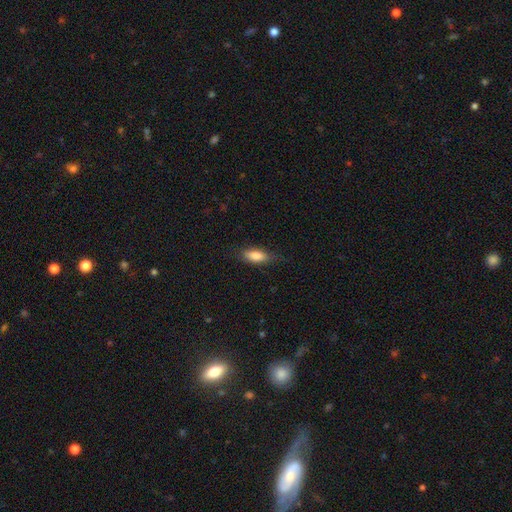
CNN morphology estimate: Q: Smooth or featured?
A: smooth (82%); runner-up: featured or disk (12%)
Q: How rounded?
A: in between (77%); runner-up: cigar-shaped (21%)
Q: Merging?
A: none (73%); runner-up: minor disturbance (21%)